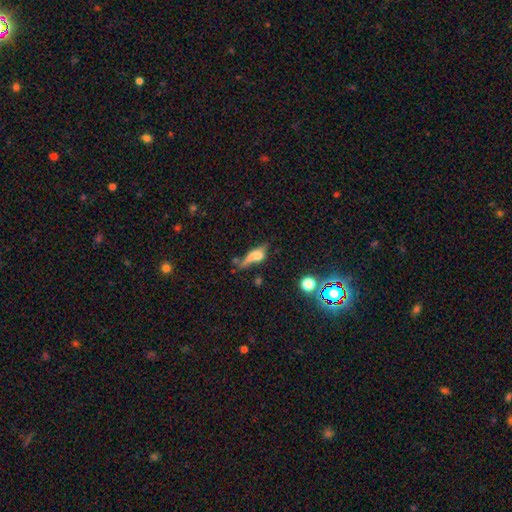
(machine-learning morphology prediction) A smooth galaxy with no disk features (51%) that is in between round and cigar-shaped (50%).

Vote fractions:
- Smooth or featured? smooth: 51% / featured or disk: 36% / star or artifact: 13%
- How rounded? in between: 50% / cigar-shaped: 40% / round: 10%
- Merging? none: 33% / major disturbance: 27% / minor disturbance: 23% / merger: 17%